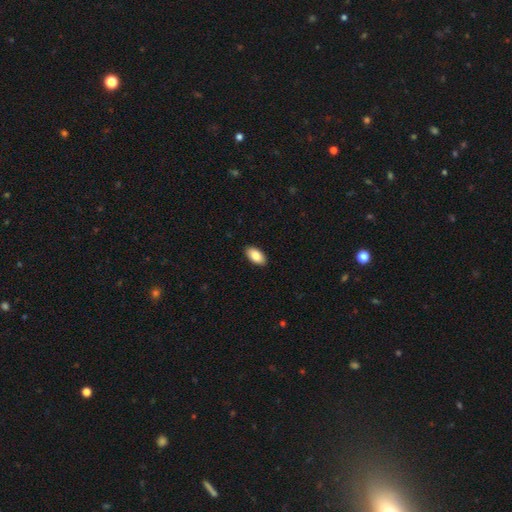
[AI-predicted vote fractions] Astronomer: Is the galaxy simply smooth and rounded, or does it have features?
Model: smooth — 86%.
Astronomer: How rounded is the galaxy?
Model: in between — 94%.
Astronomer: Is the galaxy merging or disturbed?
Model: none — 90%.